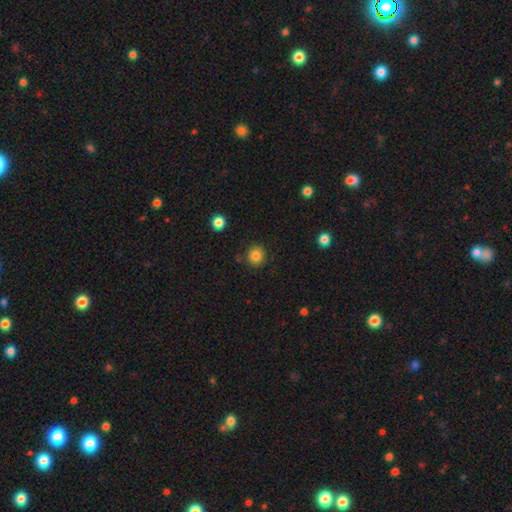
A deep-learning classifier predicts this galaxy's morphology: This is clearly a smooth galaxy (83%). How rounded: clearly round (89%). Merging: clearly none (85%).